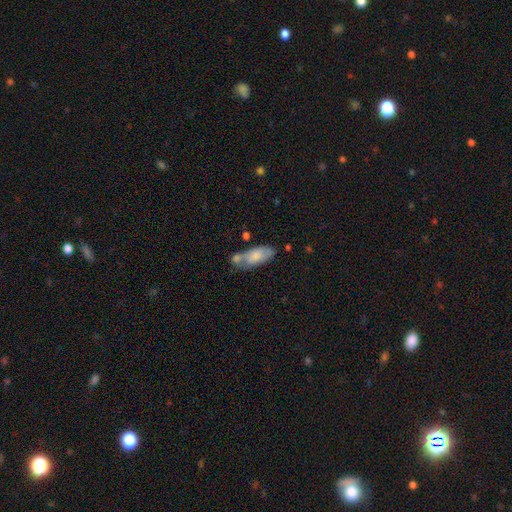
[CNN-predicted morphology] smooth_or_featured: smooth (p=0.68) [alt: featured or disk p=0.25]
how_rounded: in between (p=0.77) [alt: cigar-shaped p=0.20]
merging: none (p=0.40) [alt: merger p=0.30]